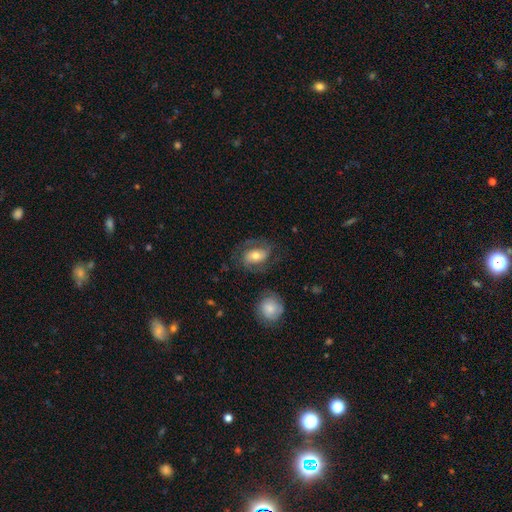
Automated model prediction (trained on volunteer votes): featured or disk 62%, smooth 31%, star or artifact 7%. Down the decision tree: edge-on disk — no (96%); bar — no (44%); spiral arms — yes (88%); spiral arm count — 2 (86%); spiral winding — medium (51%); bulge size — moderate (63%); merging — none (67%).